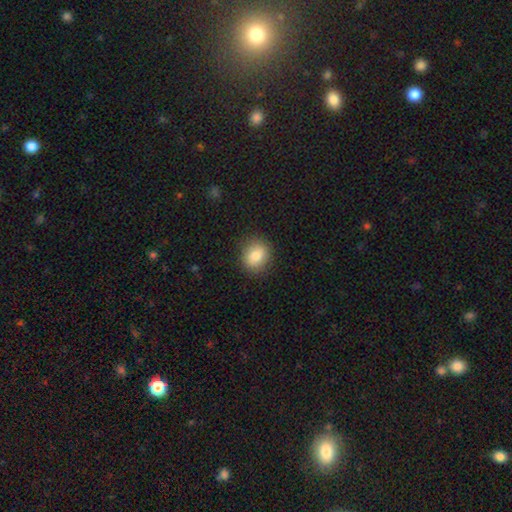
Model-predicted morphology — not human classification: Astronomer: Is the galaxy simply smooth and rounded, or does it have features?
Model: smooth — 85%.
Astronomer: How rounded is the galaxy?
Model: round — 66%.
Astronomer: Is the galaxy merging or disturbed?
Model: none — 88%.